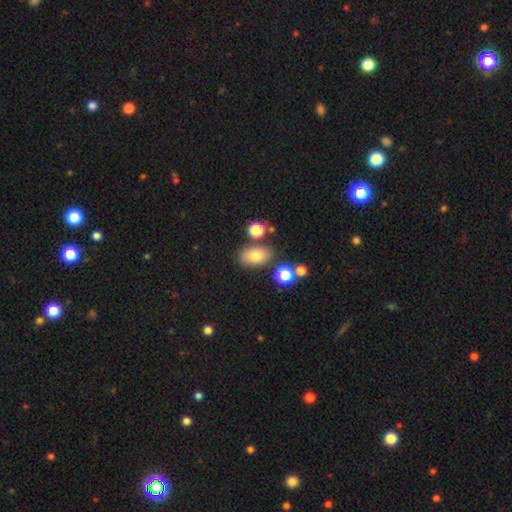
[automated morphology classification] This is likely a smooth galaxy (76%). How rounded: clearly in between (87%). Merging: likely none (75%).